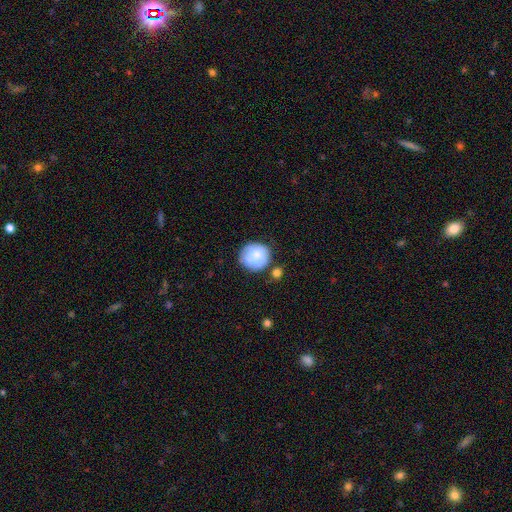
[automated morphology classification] This appears to be a smooth galaxy with no disk features (68%) that is round (88%). Merging: none (63%).